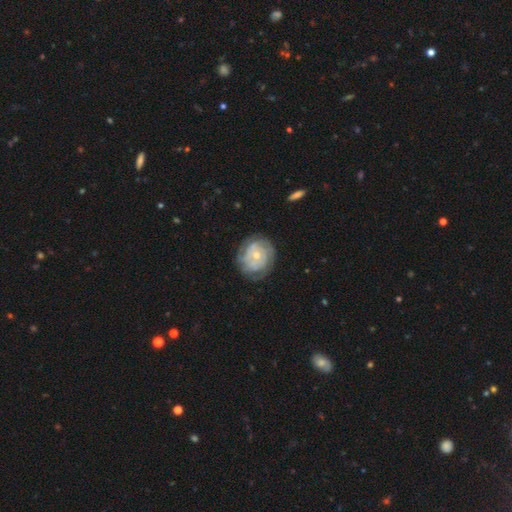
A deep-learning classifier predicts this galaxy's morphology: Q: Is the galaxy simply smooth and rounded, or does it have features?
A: featured or disk — 69%.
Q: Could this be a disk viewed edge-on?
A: no — 97%.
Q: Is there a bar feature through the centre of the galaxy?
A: no — 83%.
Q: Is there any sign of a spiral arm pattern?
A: yes — 74%.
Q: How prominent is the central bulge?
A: small — 56%.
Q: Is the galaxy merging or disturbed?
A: none — 71%.